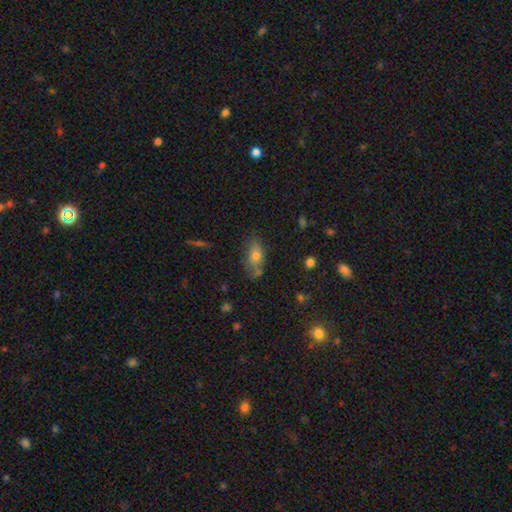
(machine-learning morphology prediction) Smooth or featured: smooth — 71% (featured or disk — 19%)
How rounded: in between — 84% (round — 8%)
Merging: none — 58% (minor disturbance — 24%)